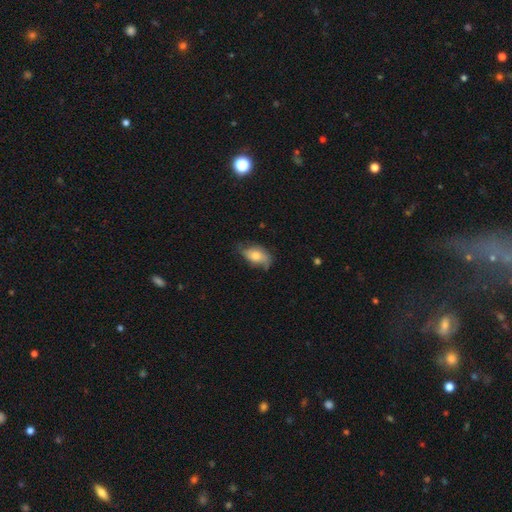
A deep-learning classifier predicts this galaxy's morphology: smooth 65%, featured or disk 28%, star or artifact 7%. Down the decision tree: how rounded — in between (91%); merging — none (54%).